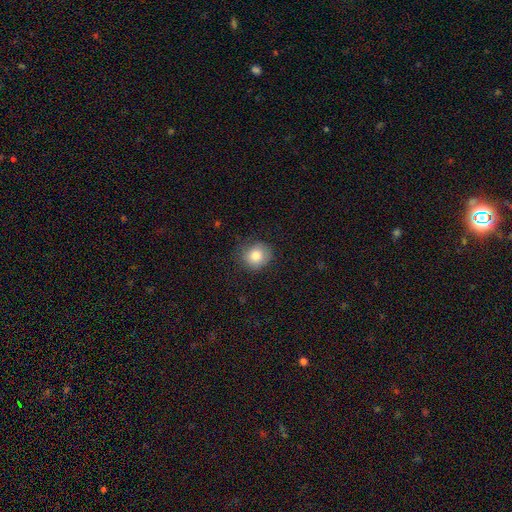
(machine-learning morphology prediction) A smooth galaxy with no disk features (83%) that is round (78%). Merging: none (75%).